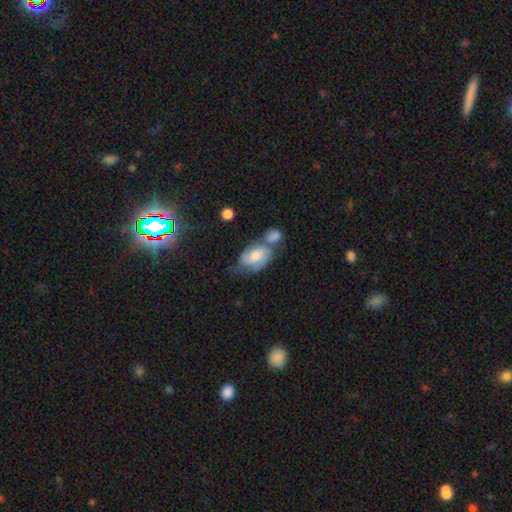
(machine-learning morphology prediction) smooth_or_featured: smooth (p=0.47) [alt: featured or disk p=0.43]
merging: merger (p=0.40) [alt: none p=0.30]